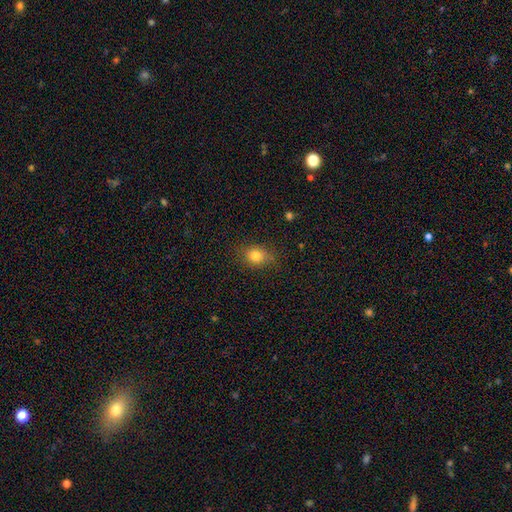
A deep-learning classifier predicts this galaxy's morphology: The model was most divided on "how rounded": round: 53%, in between: 45%, cigar-shaped: 1%. More confident: smooth or featured — smooth (79%); merging — none (76%).